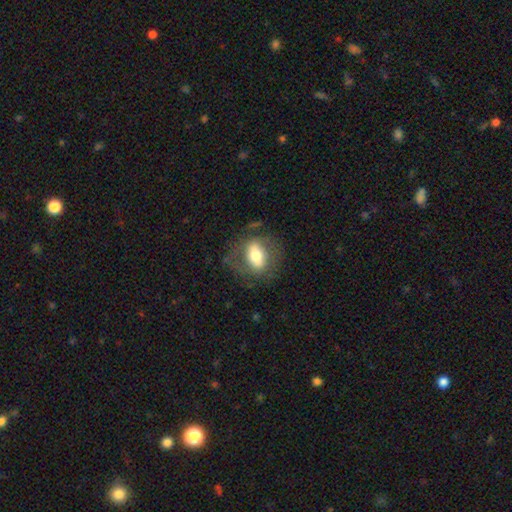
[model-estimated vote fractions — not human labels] Smooth or featured: smooth — 52% (featured or disk — 40%)
How rounded: in between — 71% (round — 25%)
Merging: none — 68% (minor disturbance — 18%)